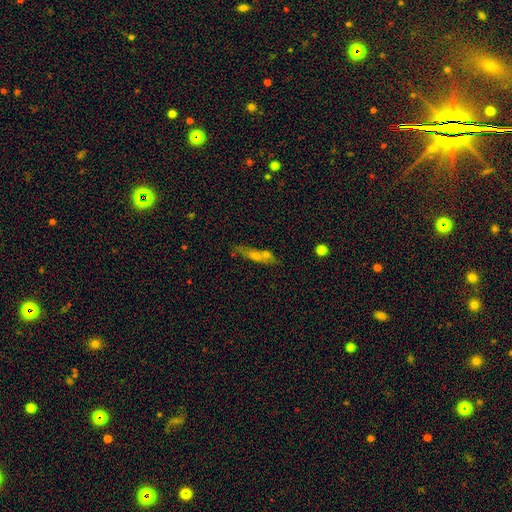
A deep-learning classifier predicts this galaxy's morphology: smooth_or_featured: smooth (p=0.49) [alt: featured or disk p=0.40]
merging: none (p=0.53) [alt: merger p=0.26]